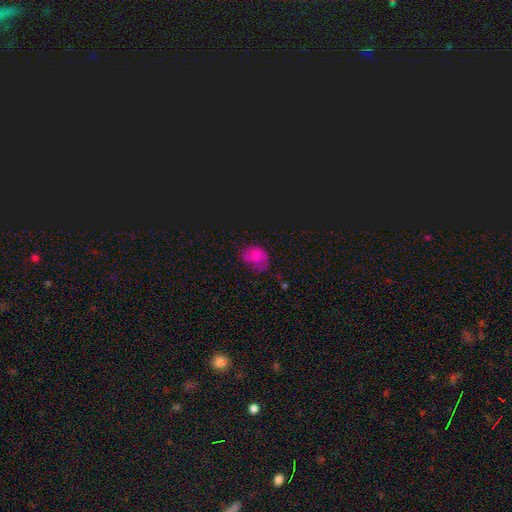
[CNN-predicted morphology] Smooth or featured? Predicted: smooth (p=0.59). How rounded? Predicted: in between (p=0.67). Merging? Predicted: none (p=0.43).